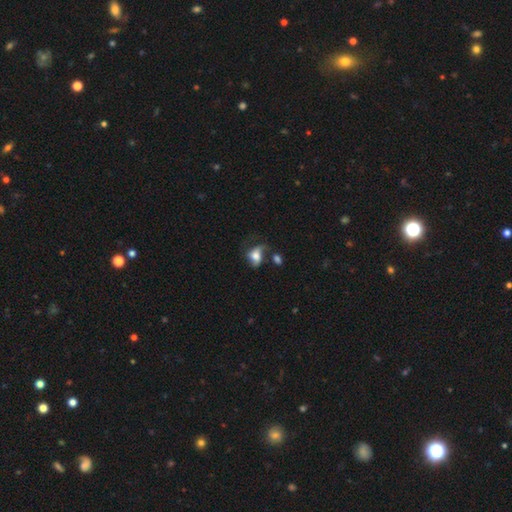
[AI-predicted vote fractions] Overall: smooth (54%; featured or disk 35%). How rounded: in between (70%). Merging: major disturbance (34%; none 29%).